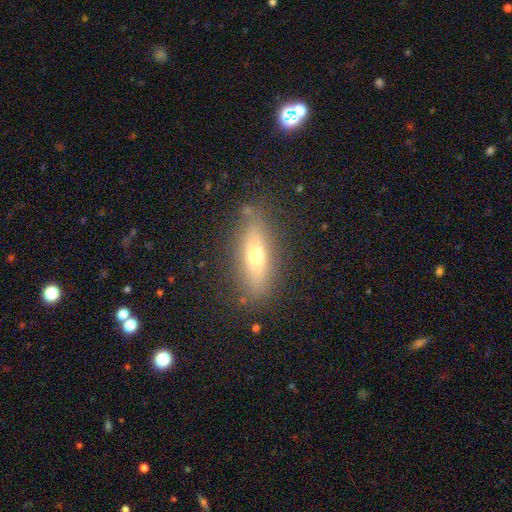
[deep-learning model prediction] Smooth or featured? smooth (56%)
How rounded? cigar-shaped (49%)
Merging? none (82%)